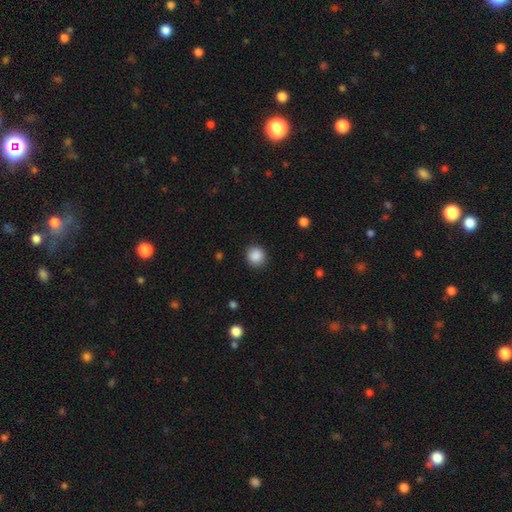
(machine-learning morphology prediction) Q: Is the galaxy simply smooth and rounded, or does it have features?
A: smooth — 88%.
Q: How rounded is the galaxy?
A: round — 89%.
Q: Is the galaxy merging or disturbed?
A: none — 89%.